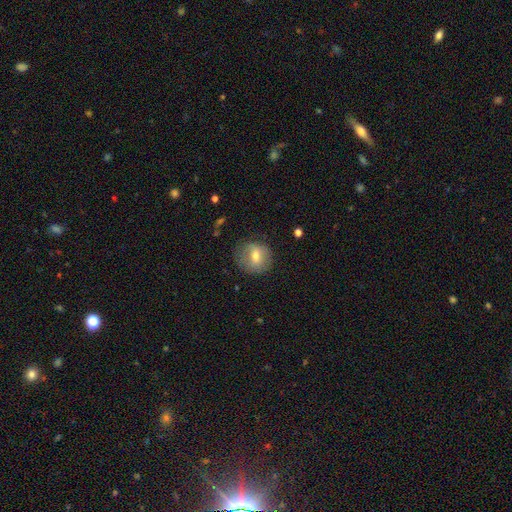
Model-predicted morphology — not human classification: Overall: smooth (65%; featured or disk 27%). How rounded: round (81%). Merging: none (74%).